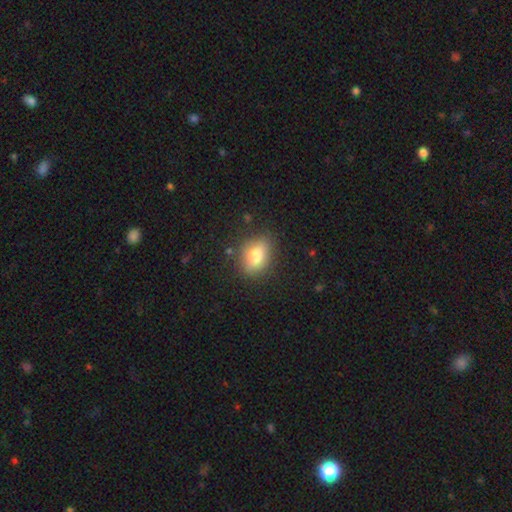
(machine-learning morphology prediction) smooth_or_featured: smooth (p=0.74) [alt: featured or disk p=0.16]
how_rounded: in between (p=0.69) [alt: round p=0.27]
merging: none (p=0.79) [alt: minor disturbance p=0.15]